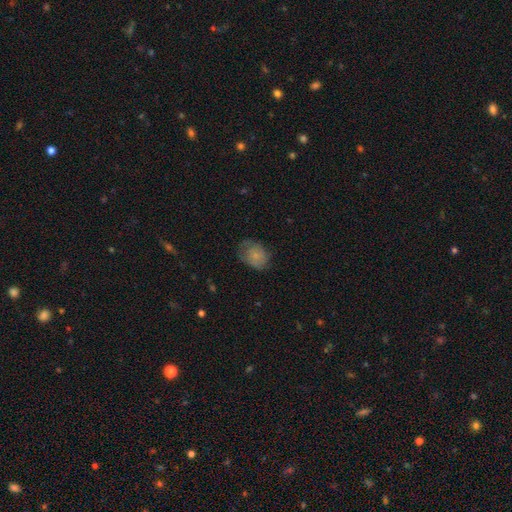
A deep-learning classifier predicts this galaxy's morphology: A smooth galaxy with no disk features (72%) that is in between round and cigar-shaped (57%). Merging: none (57%).